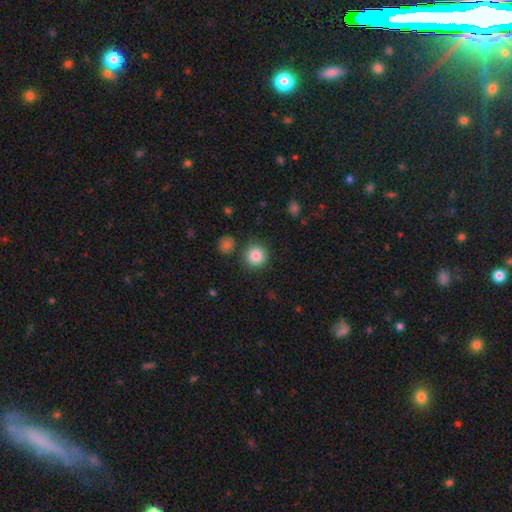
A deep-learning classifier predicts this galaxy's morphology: Smooth or featured: smooth — 86% (star or artifact — 9%)
How rounded: round — 94% (in between — 5%)
Merging: none — 85% (minor disturbance — 8%)